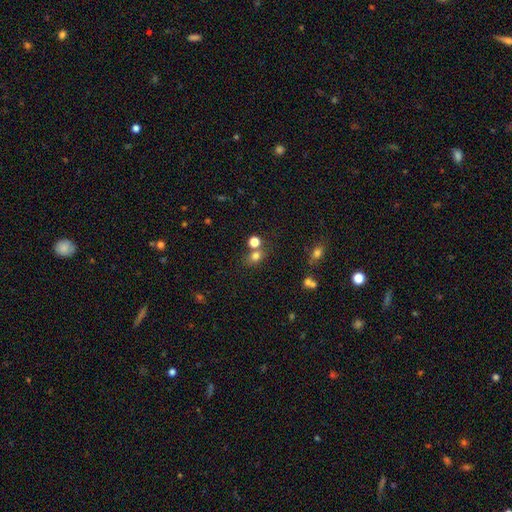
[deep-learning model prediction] smooth-or-featured: smooth: 74% | star or artifact: 18% | featured or disk: 9%
  how-rounded: round: 58% | in between: 40% | cigar-shaped: 1%
  merging: none: 58% | merger: 26% | minor disturbance: 11% | major disturbance: 5%